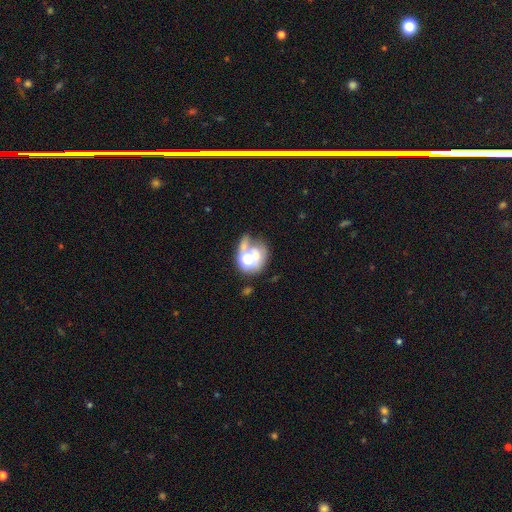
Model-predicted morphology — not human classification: Smooth or featured?
  - smooth: 43% *
  - star or artifact: 31%
  - featured or disk: 26%
Merging?
  - none: 38% *
  - merger: 30%
  - major disturbance: 18%
  - minor disturbance: 14%